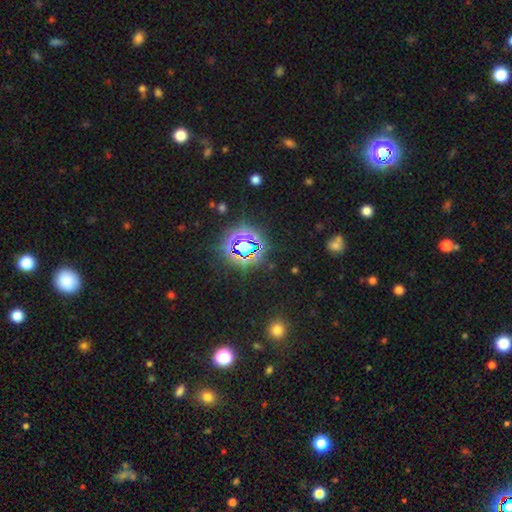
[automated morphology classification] Smooth or featured? star or artifact (75%)